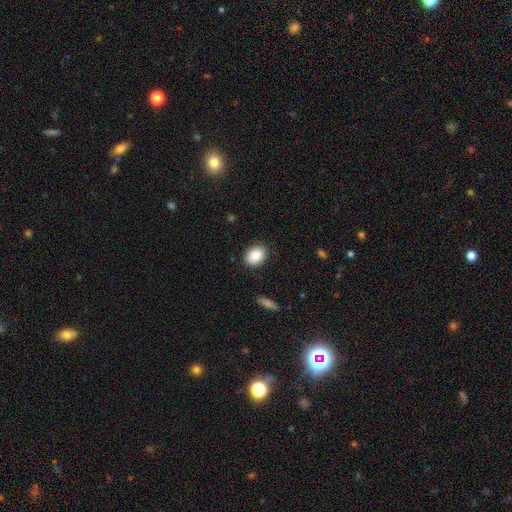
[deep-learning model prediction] Smooth or featured?
  - smooth: 87% *
  - star or artifact: 8%
  - featured or disk: 6%
How rounded?
  - in between: 70% *
  - round: 29%
  - cigar-shaped: 1%
Merging?
  - none: 86% *
  - minor disturbance: 11%
  - major disturbance: 2%
  - merger: 1%